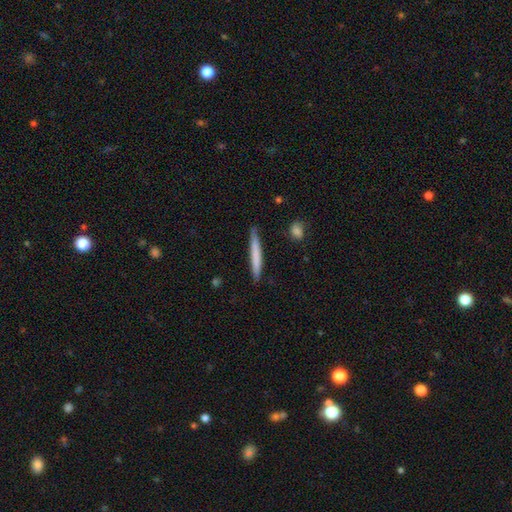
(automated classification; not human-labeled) smooth_or_featured: smooth (p=0.69) [alt: featured or disk p=0.26]
how_rounded: cigar-shaped (p=0.96) [alt: in between p=0.03]
merging: none (p=0.86) [alt: minor disturbance p=0.11]